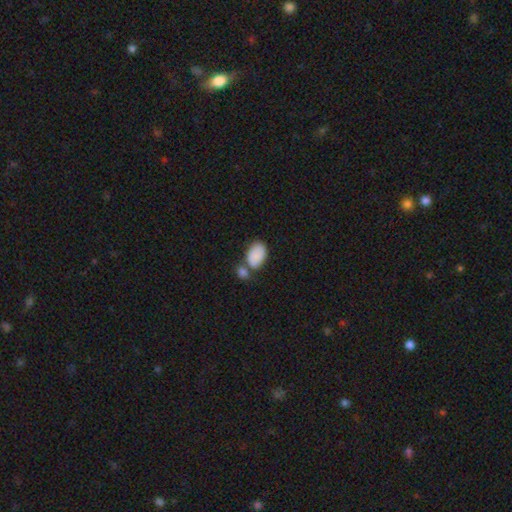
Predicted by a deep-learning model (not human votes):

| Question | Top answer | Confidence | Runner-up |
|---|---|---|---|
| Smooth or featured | smooth | 86% | featured or disk (7%) |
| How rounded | in between | 91% | round (8%) |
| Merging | none | 44% | merger (34%) |